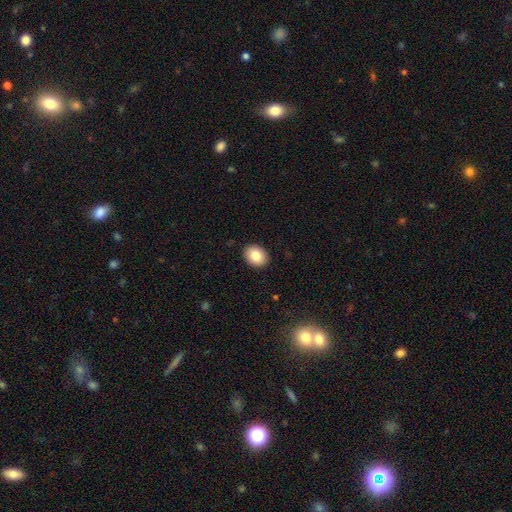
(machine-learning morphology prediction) Smooth or featured? Predicted: smooth (p=0.83). How rounded? Predicted: in between (p=0.54). Merging? Predicted: none (p=0.91).